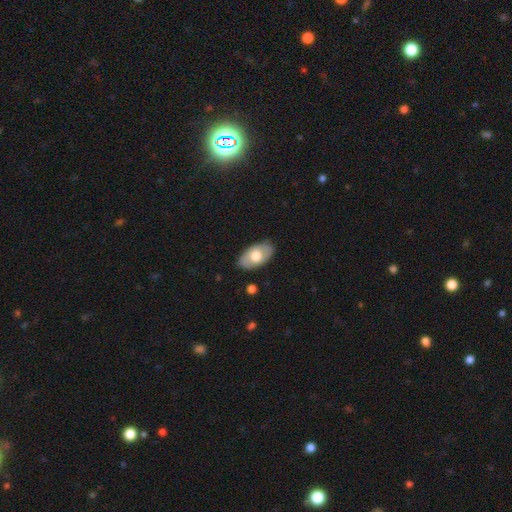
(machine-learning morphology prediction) Smooth or featured: smooth — 59% (featured or disk — 36%)
How rounded: in between — 93% (round — 5%)
Merging: none — 83% (minor disturbance — 13%)